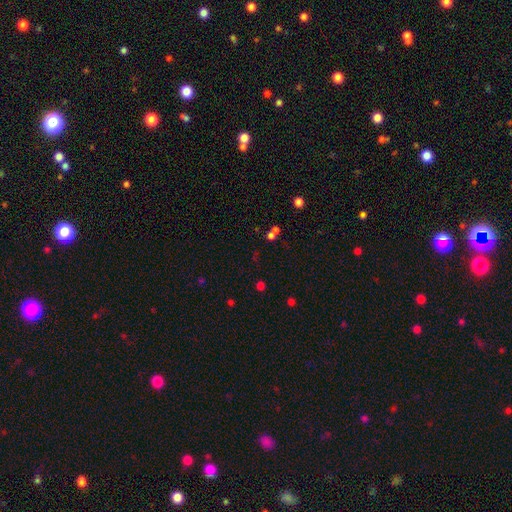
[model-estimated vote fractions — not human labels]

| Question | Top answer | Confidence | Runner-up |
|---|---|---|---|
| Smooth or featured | star or artifact | 47% | smooth (43%) |